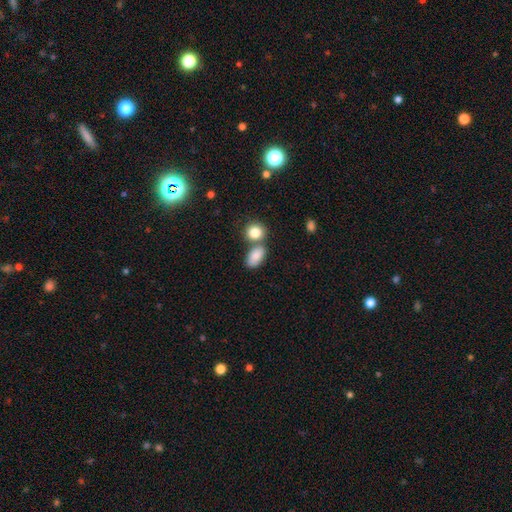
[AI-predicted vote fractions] smooth-or-featured: smooth: 85% | star or artifact: 8% | featured or disk: 7%
  how-rounded: in between: 85% | round: 12% | cigar-shaped: 2%
  merging: none: 53% | merger: 31% | minor disturbance: 12% | major disturbance: 4%